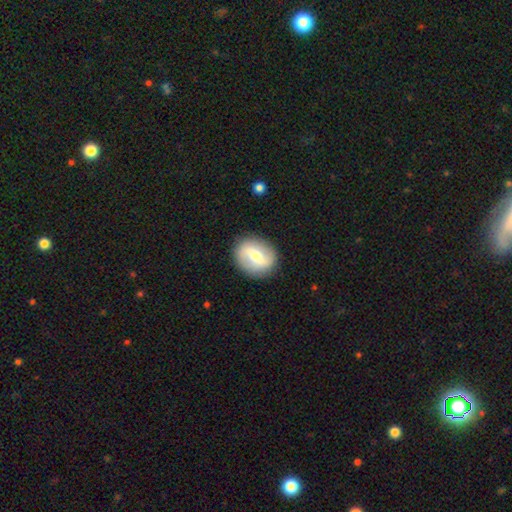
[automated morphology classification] smooth_or_featured: featured or disk (p=0.58) [alt: smooth p=0.35]
disk_edge_on: no (p=0.91) [alt: yes p=0.09]
bar: strong (p=0.53) [alt: weak p=0.33]
has_spiral_arms: no (p=0.51) [alt: yes p=0.49]
bulge_size: moderate (p=0.56) [alt: small p=0.36]
merging: none (p=0.87) [alt: minor disturbance p=0.09]